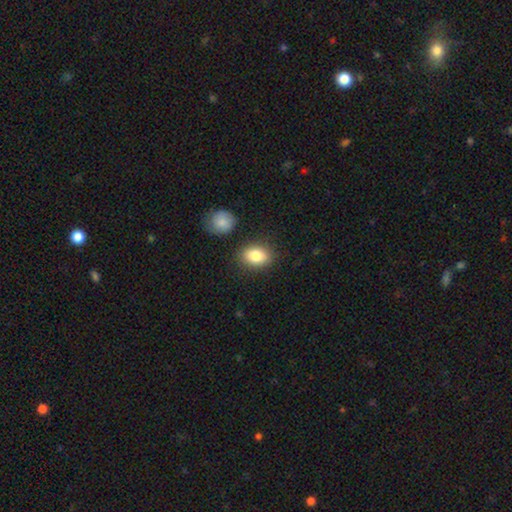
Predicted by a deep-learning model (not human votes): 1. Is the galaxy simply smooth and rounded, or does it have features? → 84% smooth, 8% featured or disk, 8% star or artifact.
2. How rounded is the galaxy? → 76% in between, 23% round, 1% cigar-shaped.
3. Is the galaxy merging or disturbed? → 82% none, 11% minor disturbance, 4% merger, 3% major disturbance.